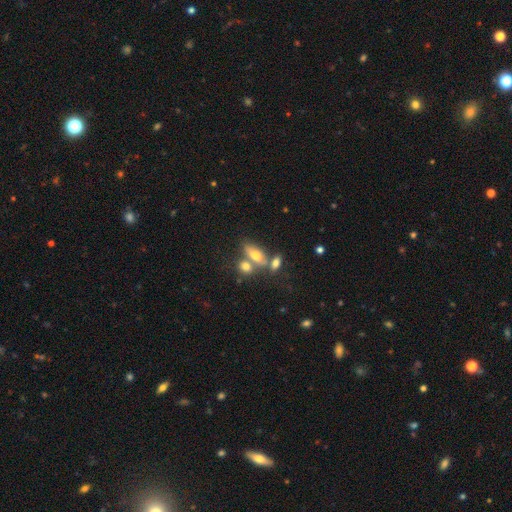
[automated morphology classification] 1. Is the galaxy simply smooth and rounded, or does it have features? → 65% smooth, 26% featured or disk, 10% star or artifact.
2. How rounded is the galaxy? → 75% in between, 17% cigar-shaped, 8% round.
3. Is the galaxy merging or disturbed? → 42% merger, 41% none, 11% minor disturbance, 5% major disturbance.